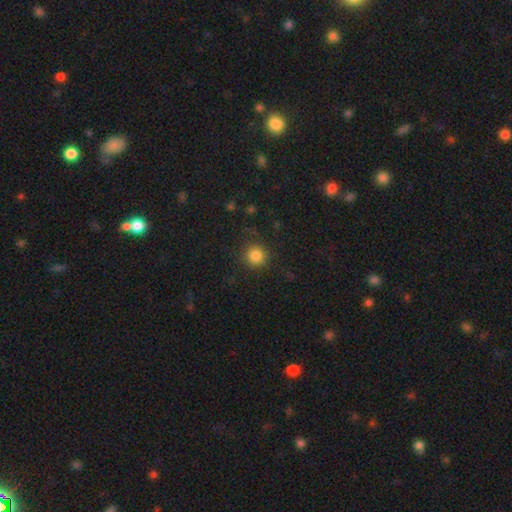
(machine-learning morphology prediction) Q: Smooth or featured?
A: smooth (83%); runner-up: star or artifact (12%)
Q: How rounded?
A: round (94%); runner-up: in between (6%)
Q: Merging?
A: none (84%); runner-up: minor disturbance (10%)